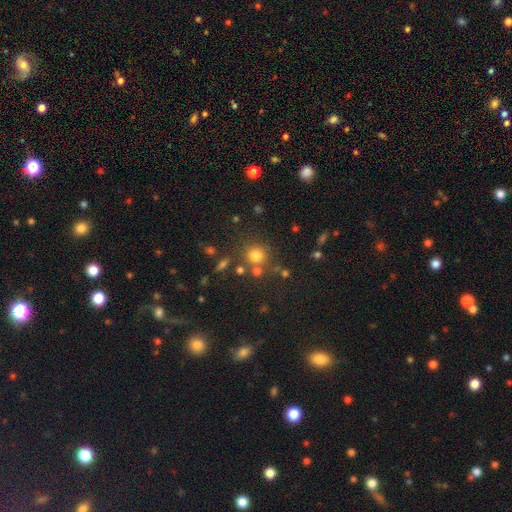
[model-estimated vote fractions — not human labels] A smooth galaxy with no disk features (76%) that is round (90%).

Vote fractions:
- Smooth or featured? smooth: 76% / star or artifact: 16% / featured or disk: 8%
- How rounded? round: 90% / in between: 9% / cigar-shaped: 1%
- Merging? none: 74% / merger: 12% / minor disturbance: 10% / major disturbance: 4%